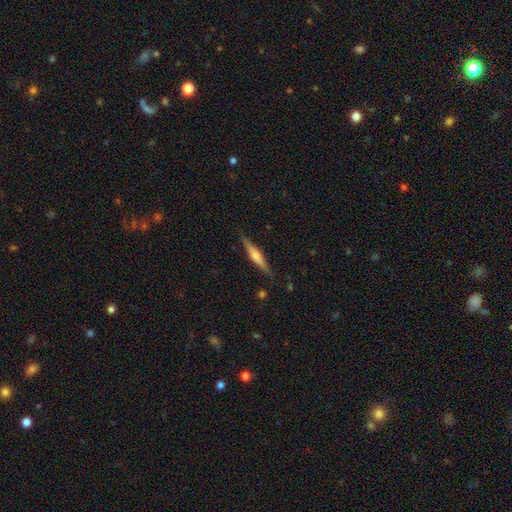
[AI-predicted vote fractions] This appears to be a featured or disk galaxy (55%) viewed edge-on (97%) with a rounded central bulge (72%). Merging: none (88%).